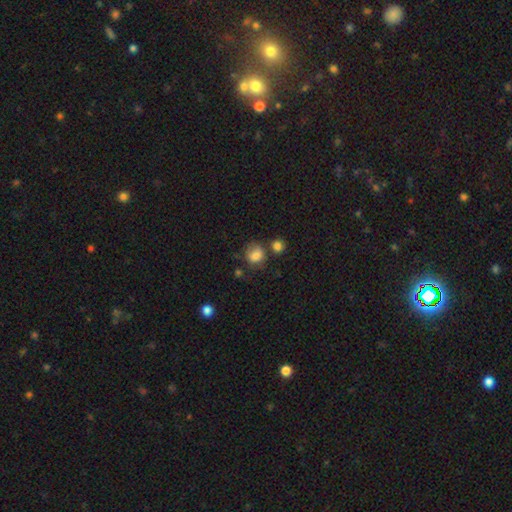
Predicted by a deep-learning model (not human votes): Smooth or featured? smooth (79%)
How rounded? round (76%)
Merging? none (57%)